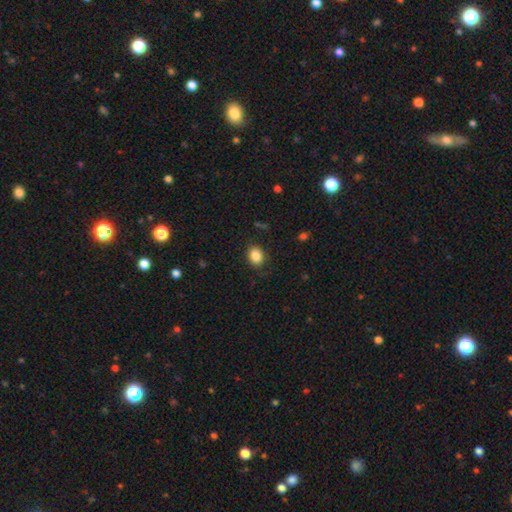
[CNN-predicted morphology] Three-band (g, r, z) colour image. It shows a smooth galaxy with no disk features (86%) that is in between round and cigar-shaped (55%). Merging: none (84%).